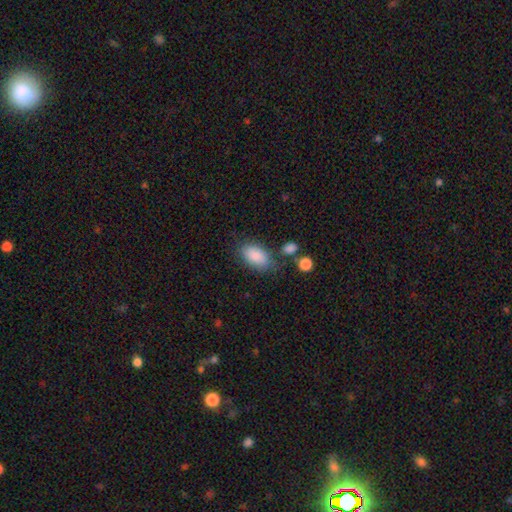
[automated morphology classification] Q: Smooth or featured?
A: smooth (87%); runner-up: star or artifact (7%)
Q: How rounded?
A: in between (93%); runner-up: round (5%)
Q: Merging?
A: none (69%); runner-up: minor disturbance (18%)